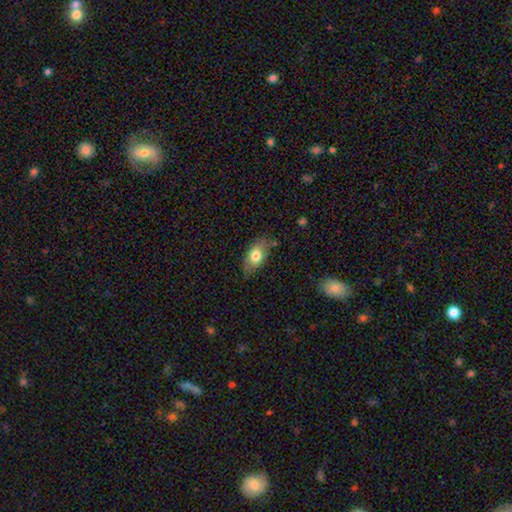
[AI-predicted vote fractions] Smooth or featured: smooth — 72% (featured or disk — 21%)
How rounded: in between — 89% (round — 6%)
Merging: none — 70% (minor disturbance — 22%)